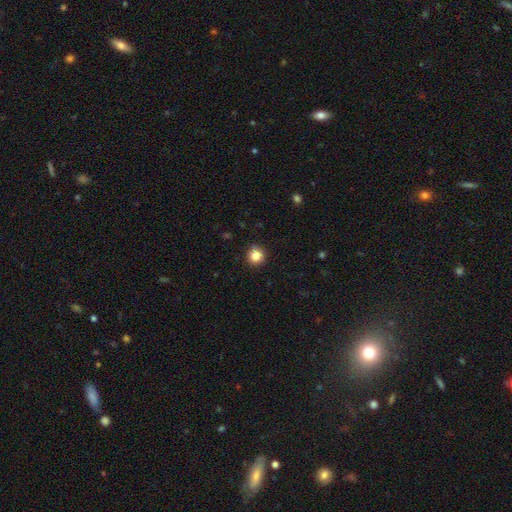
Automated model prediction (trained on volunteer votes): This appears to be a smooth galaxy with no disk features (84%) that is round (93%). Merging: none (90%).